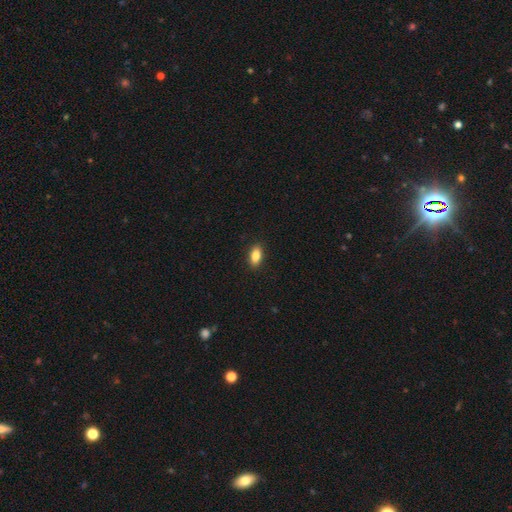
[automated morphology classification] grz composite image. It shows a smooth galaxy with no disk features (85%) that is in between round and cigar-shaped (89%). Merging: none (90%).